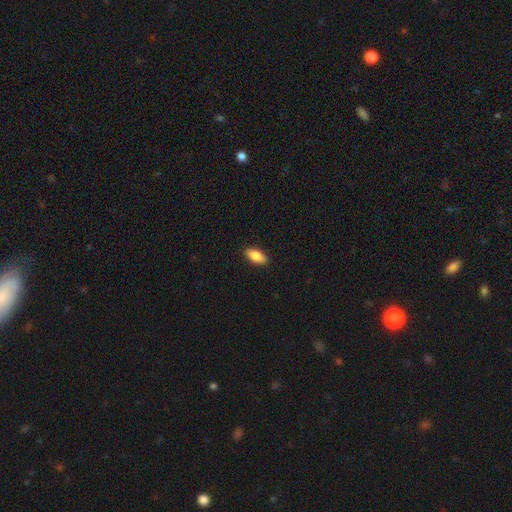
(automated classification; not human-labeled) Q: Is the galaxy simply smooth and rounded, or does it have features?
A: smooth — 85%.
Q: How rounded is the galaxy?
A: in between — 88%.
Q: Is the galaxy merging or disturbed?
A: none — 90%.